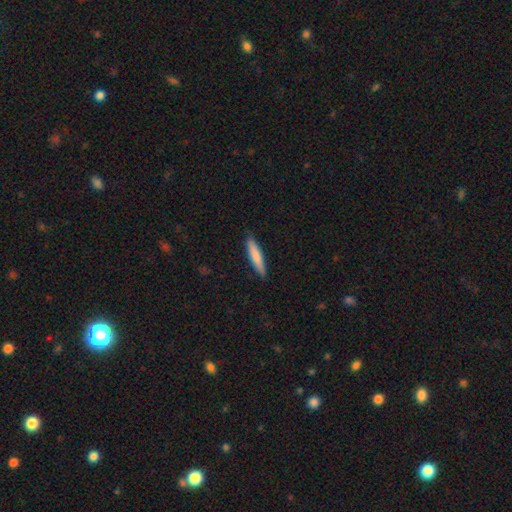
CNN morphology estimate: This appears to be a smooth galaxy with no disk features (79%) that is cigar-shaped (87%). Merging: none (87%).